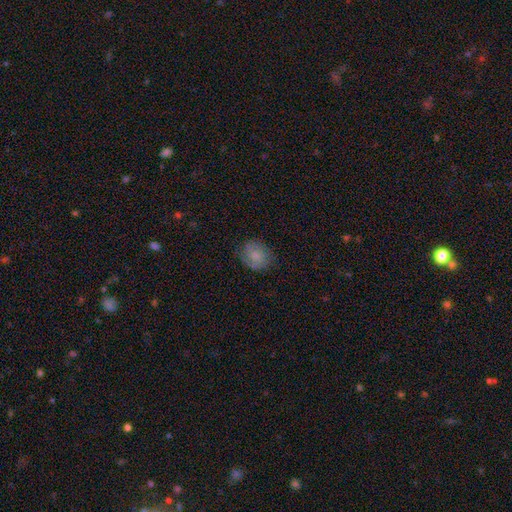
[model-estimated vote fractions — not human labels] Overall: smooth (70%). How rounded: round (57%; in between 42%). Merging: none (74%).